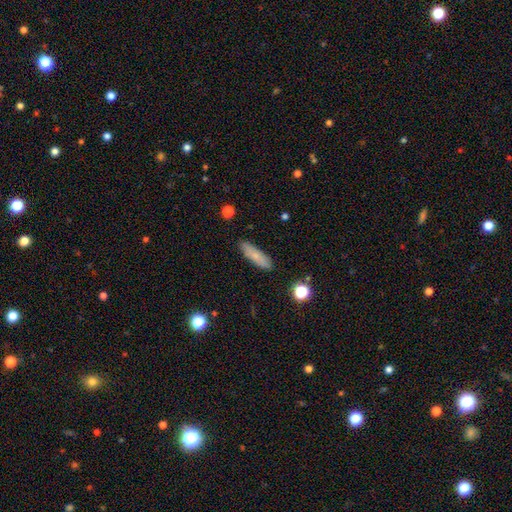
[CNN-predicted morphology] type=smooth (77%); roundness=cigar-shaped (65%); merging=none (87%).